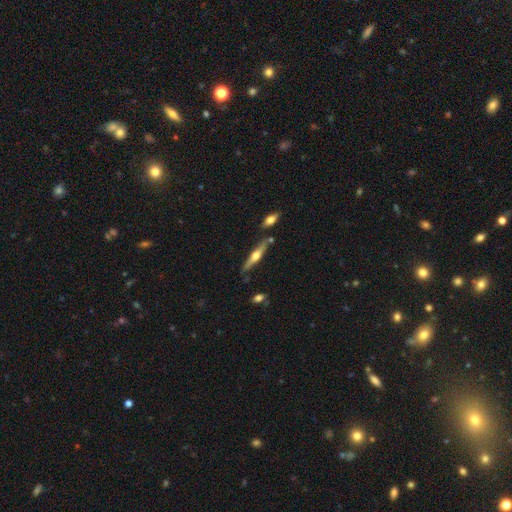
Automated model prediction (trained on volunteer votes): A featured or disk galaxy (62%) viewed edge-on (95%) with a rounded central bulge (89%). Merging: none (77%).